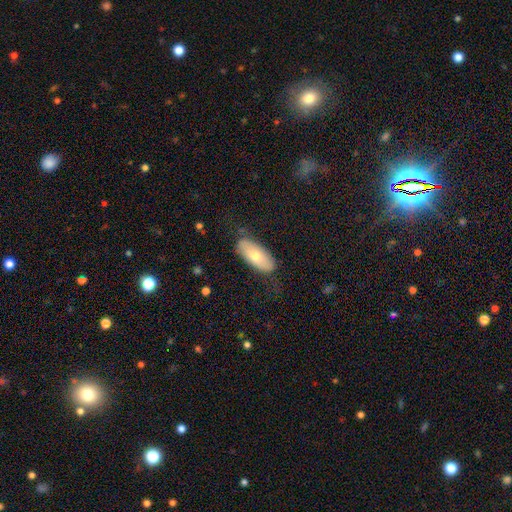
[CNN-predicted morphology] This appears to be a smooth galaxy with no disk features (64%) that is in between round and cigar-shaped (84%). Merging: none (74%).